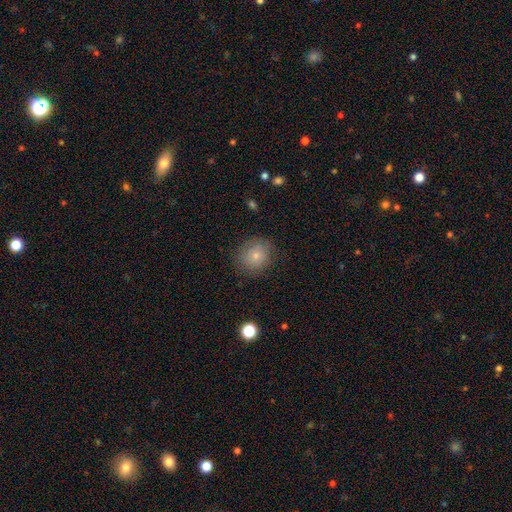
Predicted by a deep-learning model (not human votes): Smooth or featured?
  - smooth: 76% *
  - featured or disk: 14%
  - star or artifact: 10%
How rounded?
  - round: 82% *
  - in between: 17%
  - cigar-shaped: 1%
Merging?
  - none: 79% *
  - minor disturbance: 15%
  - major disturbance: 5%
  - merger: 1%